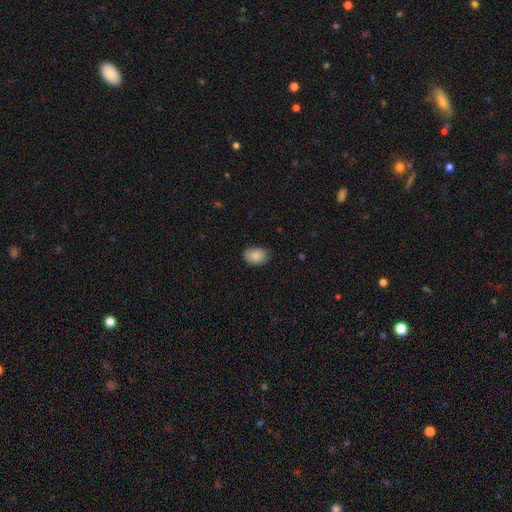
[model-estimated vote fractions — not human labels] smooth 86%, star or artifact 7%, featured or disk 7%. Down the decision tree: how rounded — in between (76%); merging — none (73%).